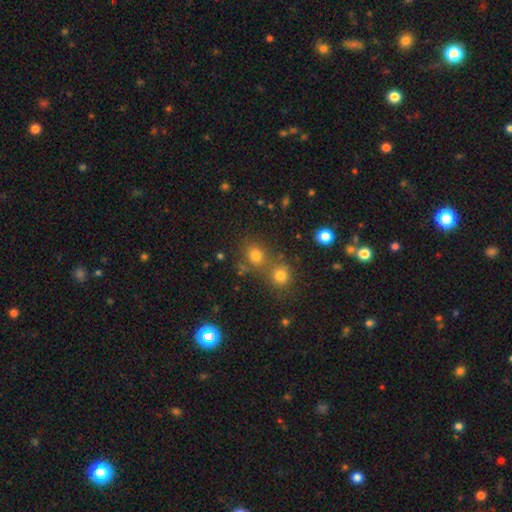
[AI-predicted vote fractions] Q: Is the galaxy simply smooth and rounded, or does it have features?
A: smooth — 74%.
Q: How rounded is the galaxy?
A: round — 74%.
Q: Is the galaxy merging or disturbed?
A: none — 54%.